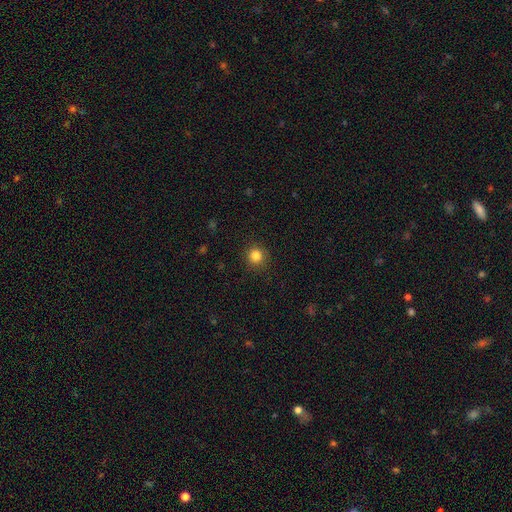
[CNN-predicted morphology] Smooth or featured: smooth — 84% (star or artifact — 11%)
How rounded: round — 93% (in between — 6%)
Merging: none — 89% (minor disturbance — 7%)